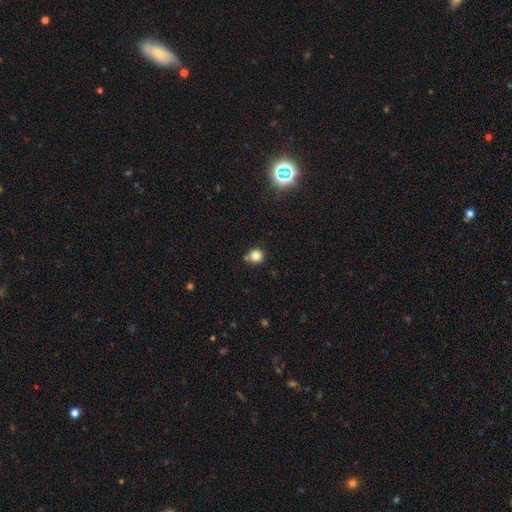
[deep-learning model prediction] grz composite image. It shows a smooth galaxy with no disk features (80%) that is round (89%). Merging: none (72%).